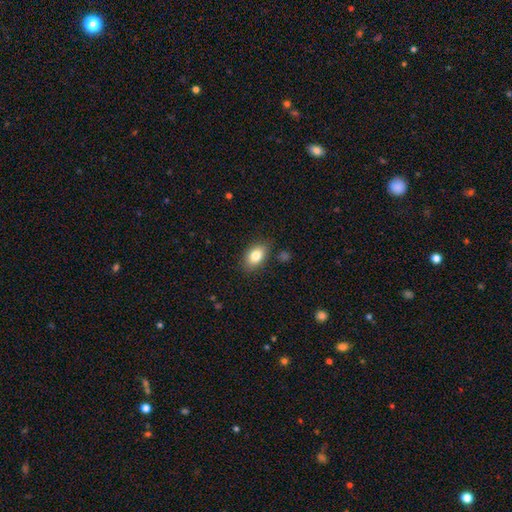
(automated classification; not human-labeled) Q: Smooth or featured?
A: smooth (82%); runner-up: featured or disk (10%)
Q: How rounded?
A: in between (88%); runner-up: round (10%)
Q: Merging?
A: none (83%); runner-up: minor disturbance (12%)